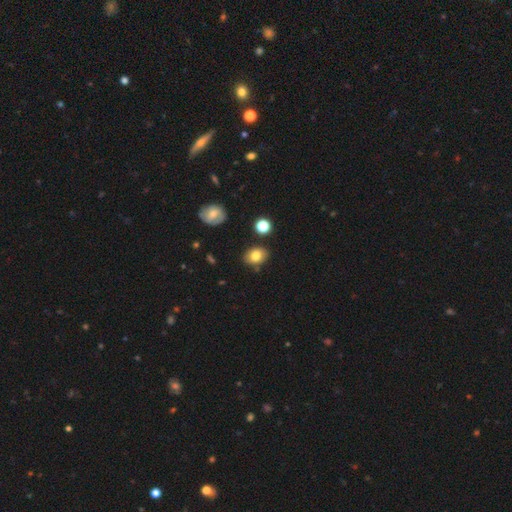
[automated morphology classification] Smooth or featured: smooth — 79% (featured or disk — 12%)
How rounded: in between — 67% (round — 32%)
Merging: none — 80% (minor disturbance — 13%)